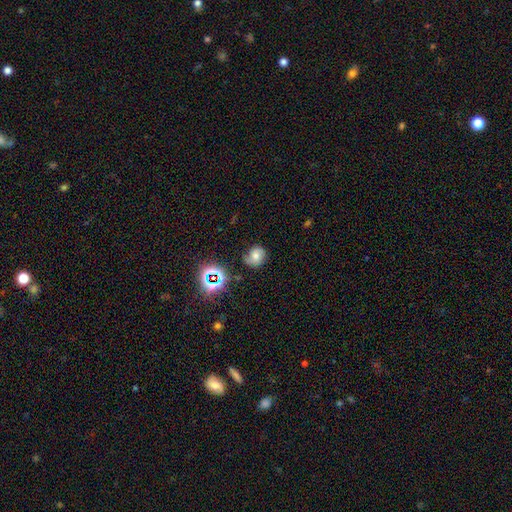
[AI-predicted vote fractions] Morphology: type=smooth (45%); merging=none (68%).